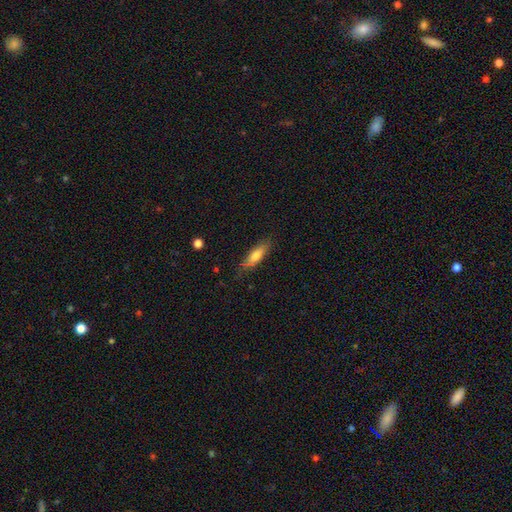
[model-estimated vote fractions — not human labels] Smooth or featured? smooth (71%)
How rounded? in between (49%, tied with cigar-shaped)
Merging? none (77%)